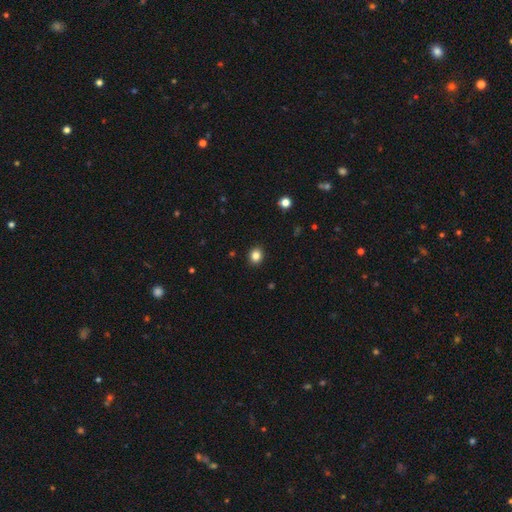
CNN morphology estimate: Smooth or featured? smooth (84%)
How rounded? round (71%)
Merging? none (91%)